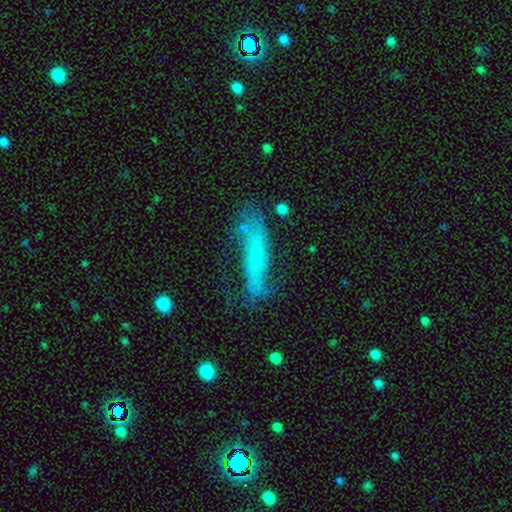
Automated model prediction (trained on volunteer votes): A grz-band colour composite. It shows a featured or disk galaxy (55%). Merging: none (56%).